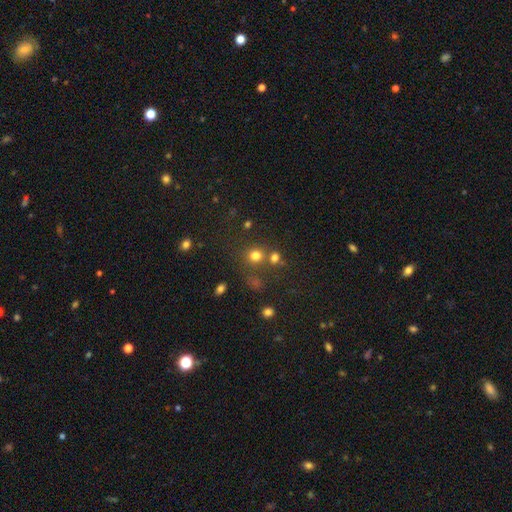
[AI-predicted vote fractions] smooth 75%, star or artifact 18%, featured or disk 7%. Down the decision tree: how rounded — round (85%); merging — none (64%).